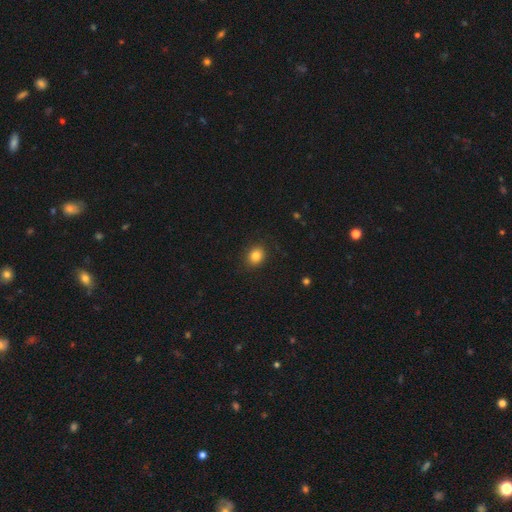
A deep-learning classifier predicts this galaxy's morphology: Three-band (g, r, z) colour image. It shows a smooth galaxy with no disk features (83%) that is round (66%). Merging: none (87%).